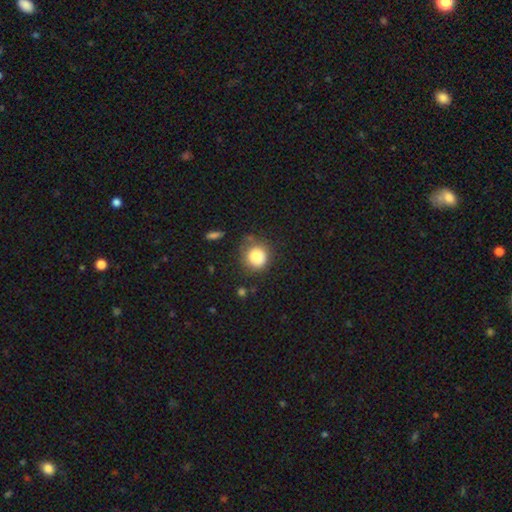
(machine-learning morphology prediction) smooth-or-featured: smooth: 81% | star or artifact: 10% | featured or disk: 9%
  how-rounded: round: 87% | in between: 12% | cigar-shaped: 1%
  merging: none: 66% | minor disturbance: 21% | major disturbance: 7% | merger: 6%